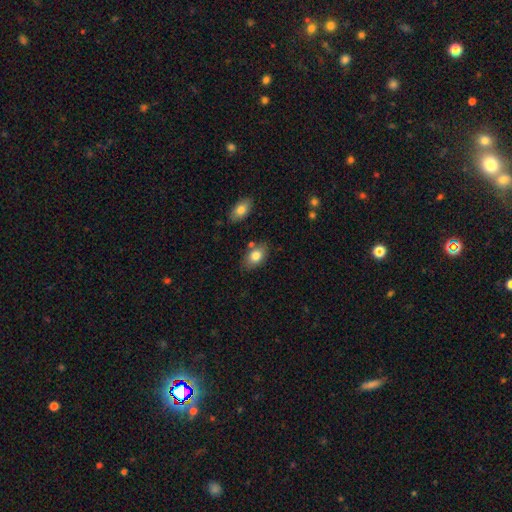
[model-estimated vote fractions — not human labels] This is clearly a smooth galaxy (80%). How rounded: clearly in between (88%). Merging: likely none (75%).